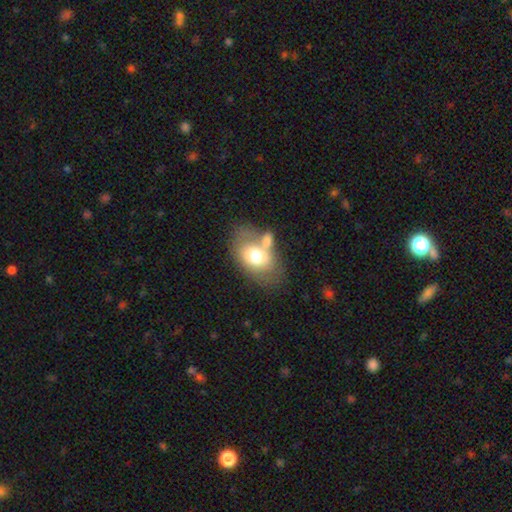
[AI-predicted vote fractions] Smooth or featured?
  - smooth: 64% *
  - featured or disk: 28%
  - star or artifact: 8%
How rounded?
  - in between: 85% *
  - round: 14%
  - cigar-shaped: 1%
Merging?
  - none: 41% *
  - merger: 34%
  - minor disturbance: 16%
  - major disturbance: 9%